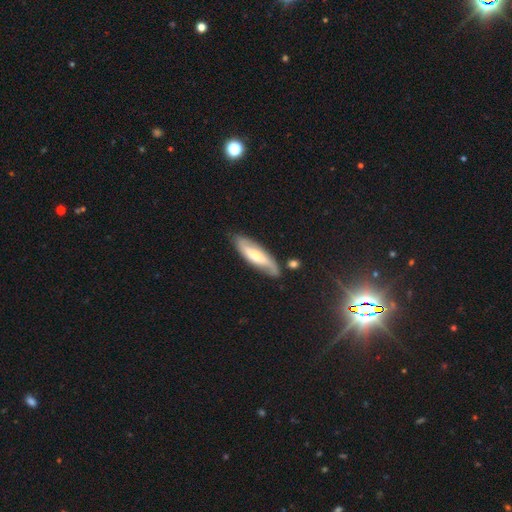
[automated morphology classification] smooth-or-featured: featured or disk: 50% | smooth: 44% | star or artifact: 5%
  disk-edge-on: no: 69% | yes: 31%
  merging: none: 74% | minor disturbance: 18% | major disturbance: 4% | merger: 4%